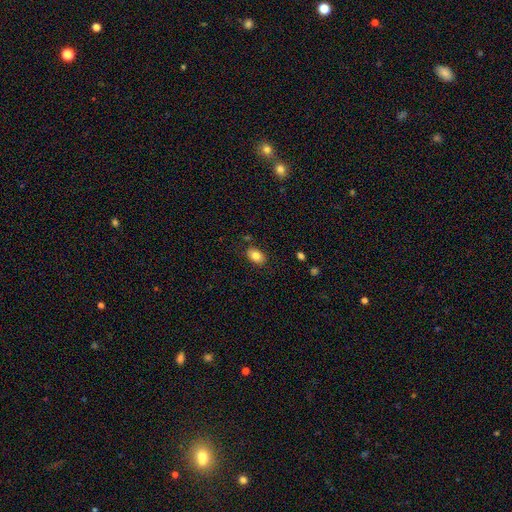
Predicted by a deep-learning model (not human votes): smooth_or_featured: smooth (p=0.83) [alt: featured or disk p=0.09]
how_rounded: in between (p=0.85) [alt: round p=0.14]
merging: none (p=0.83) [alt: minor disturbance p=0.12]